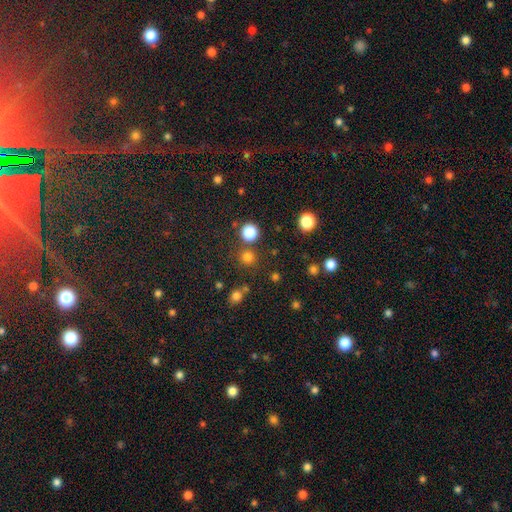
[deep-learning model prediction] A star or artifact, not a galaxy (63%).

Vote fractions:
- Smooth or featured? star or artifact: 63% / smooth: 29% / featured or disk: 8%